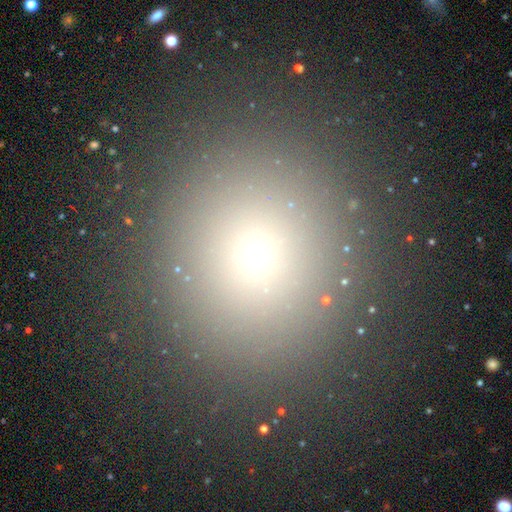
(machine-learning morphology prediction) A smooth galaxy with no disk features (65%) that is round (83%). Merging: none (87%).